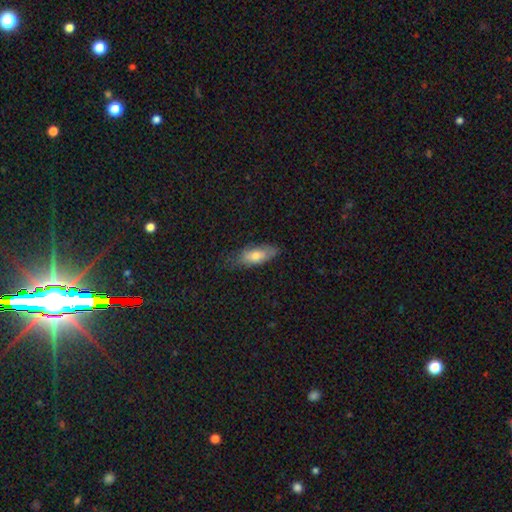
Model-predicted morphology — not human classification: Overall: smooth (72%). How rounded: in between (77%). Merging: none (69%).